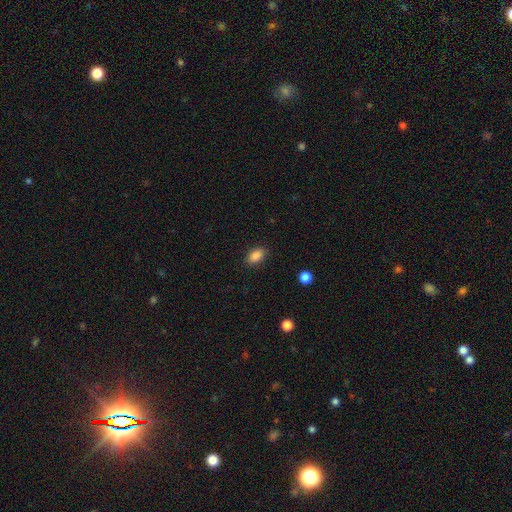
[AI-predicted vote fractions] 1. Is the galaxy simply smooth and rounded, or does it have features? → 87% smooth, 9% star or artifact, 4% featured or disk.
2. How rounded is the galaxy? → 89% in between, 9% round, 2% cigar-shaped.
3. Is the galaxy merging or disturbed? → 88% none, 9% minor disturbance, 2% major disturbance, 1% merger.